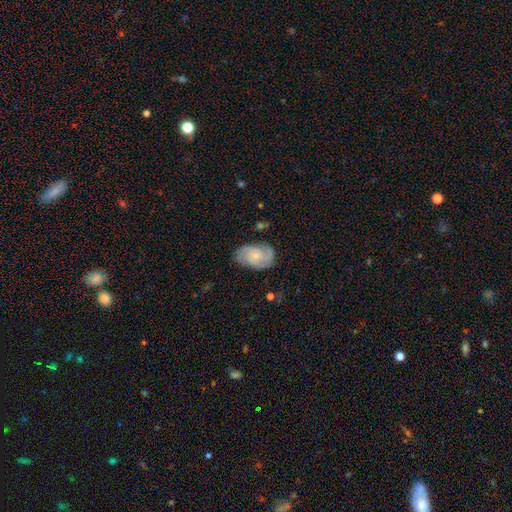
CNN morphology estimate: Q: Smooth or featured?
A: featured or disk (74%); runner-up: smooth (20%)
Q: Edge-on disk?
A: no (97%); runner-up: yes (3%)
Q: Bar?
A: no (73%); runner-up: weak (24%)
Q: Spiral arms?
A: yes (95%); runner-up: no (5%)
Q: Spiral winding?
A: tight (51%); runner-up: medium (39%)
Q: Spiral arm count?
A: 2 (42%); runner-up: 3 (28%)
Q: Bulge size?
A: small (68%); runner-up: moderate (22%)
Q: Merging?
A: none (76%); runner-up: minor disturbance (18%)